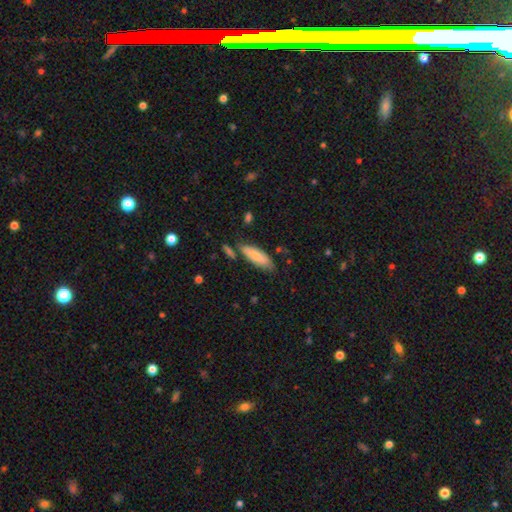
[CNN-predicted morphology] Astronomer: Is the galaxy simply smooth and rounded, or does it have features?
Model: smooth — 81%.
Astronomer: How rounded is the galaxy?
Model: in between — 63%.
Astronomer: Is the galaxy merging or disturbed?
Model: none — 69%.